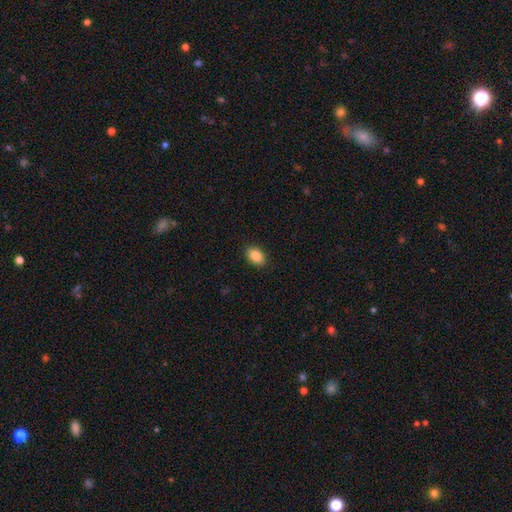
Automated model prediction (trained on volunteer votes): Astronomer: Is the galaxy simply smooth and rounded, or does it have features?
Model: smooth — 86%.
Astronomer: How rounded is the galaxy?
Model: in between — 85%.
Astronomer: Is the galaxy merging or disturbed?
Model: none — 89%.